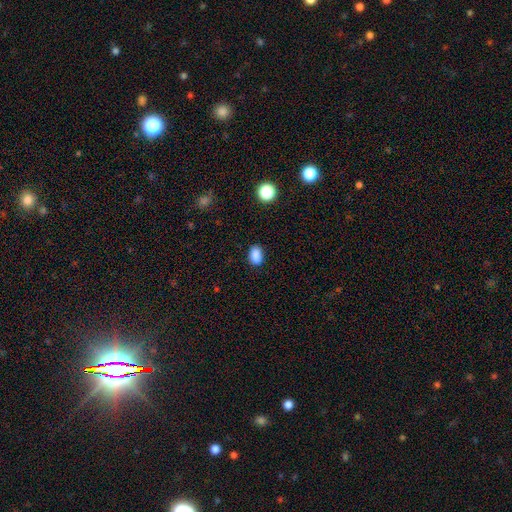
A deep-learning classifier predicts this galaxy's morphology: smooth-or-featured: smooth: 87% | star or artifact: 10% | featured or disk: 4%
  how-rounded: in between: 86% | round: 12% | cigar-shaped: 2%
  merging: none: 84% | minor disturbance: 12% | major disturbance: 3% | merger: 2%